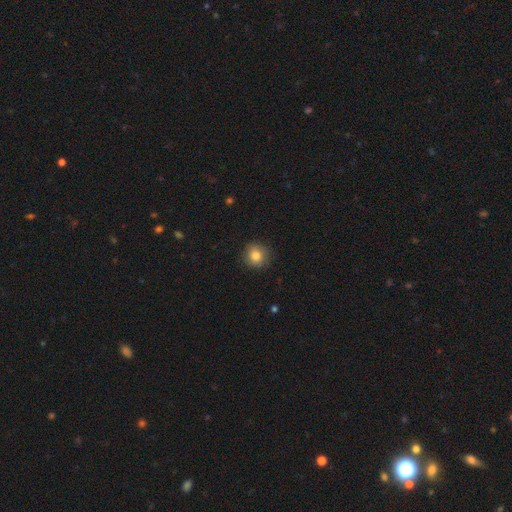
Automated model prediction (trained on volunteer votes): A smooth galaxy with no disk features (82%) that is round (89%). Merging: none (85%).